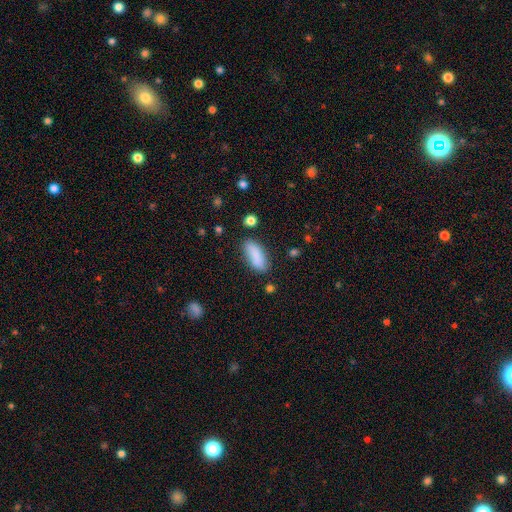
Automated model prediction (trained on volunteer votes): Smooth or featured: smooth — 85% (featured or disk — 8%)
How rounded: in between — 77% (cigar-shaped — 21%)
Merging: none — 74% (minor disturbance — 18%)